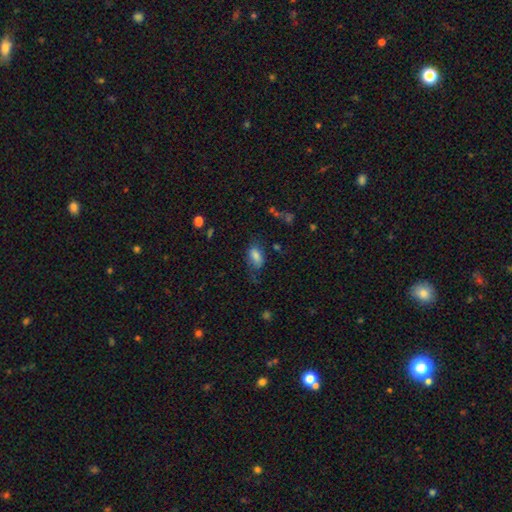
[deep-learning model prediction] This appears to be a smooth galaxy with no disk features (78%) that is in between round and cigar-shaped (91%). Merging: none (51%).